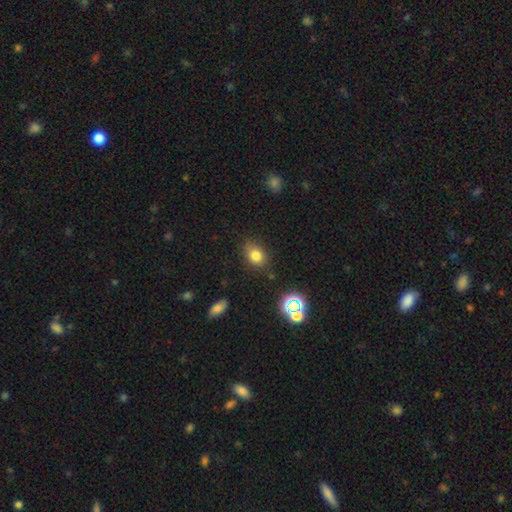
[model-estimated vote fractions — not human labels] This is likely a smooth galaxy (77%). How rounded: likely in between (62%). Merging: likely none (76%).